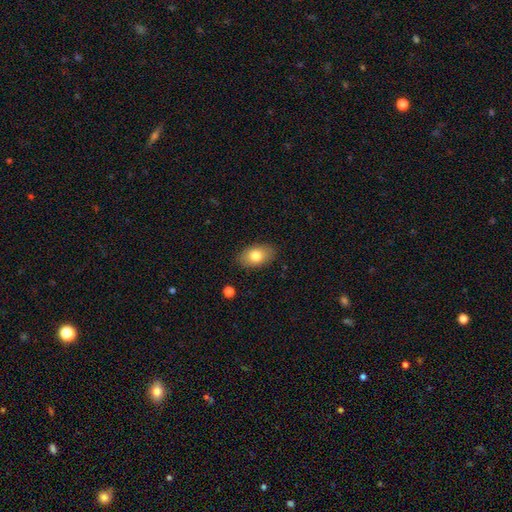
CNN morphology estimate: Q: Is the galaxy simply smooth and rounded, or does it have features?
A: smooth — 79%.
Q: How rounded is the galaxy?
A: in between — 89%.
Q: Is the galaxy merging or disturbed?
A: none — 86%.